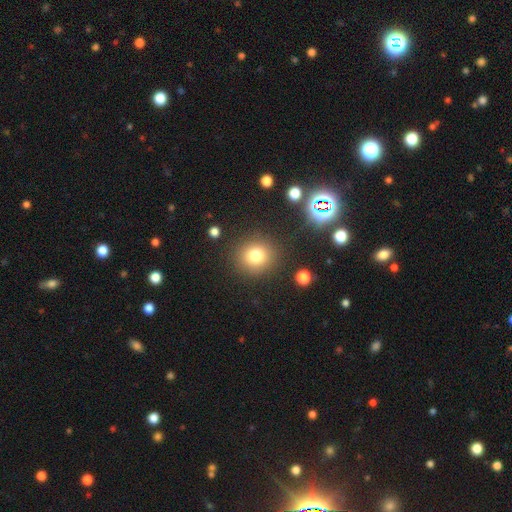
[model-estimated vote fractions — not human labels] Overall: smooth (77%). How rounded: round (88%). Merging: none (87%).